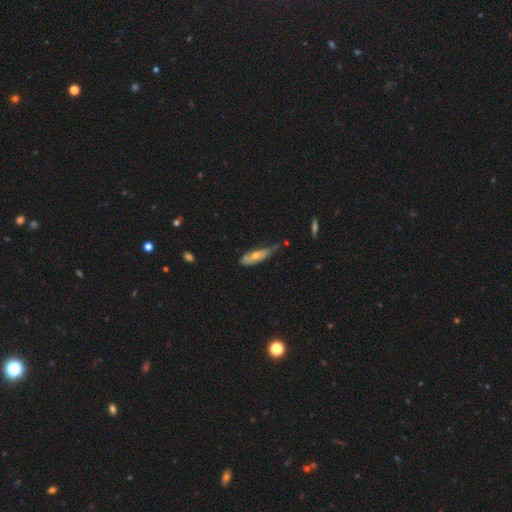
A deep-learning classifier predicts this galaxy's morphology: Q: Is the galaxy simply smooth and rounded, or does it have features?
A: smooth — 51%.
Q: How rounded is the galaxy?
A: in between — 52%.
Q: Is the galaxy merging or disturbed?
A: minor disturbance — 43%.